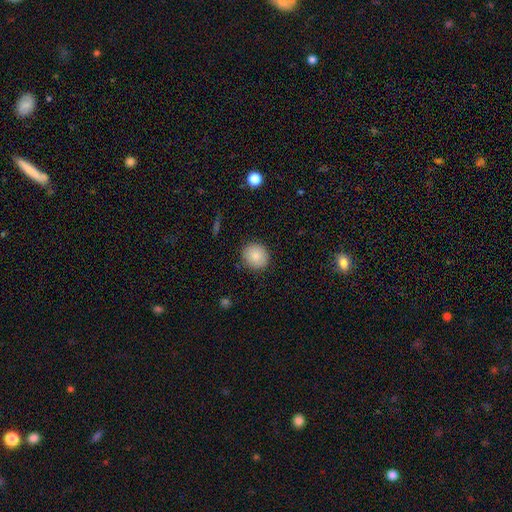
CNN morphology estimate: Overall: smooth (85%). How rounded: round (86%). Merging: none (88%).